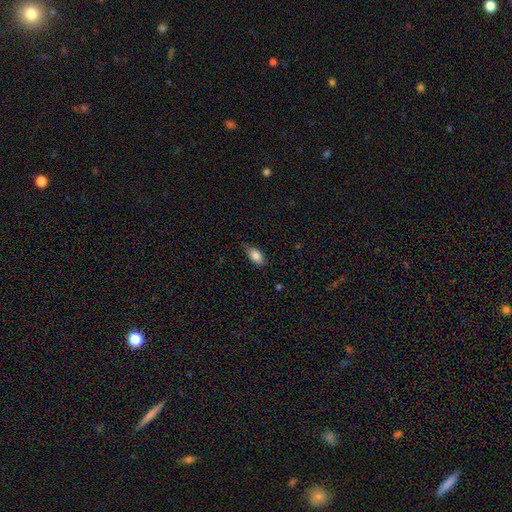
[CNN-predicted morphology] This is clearly a smooth galaxy (84%). How rounded: clearly in between (90%). Merging: likely none (69%).